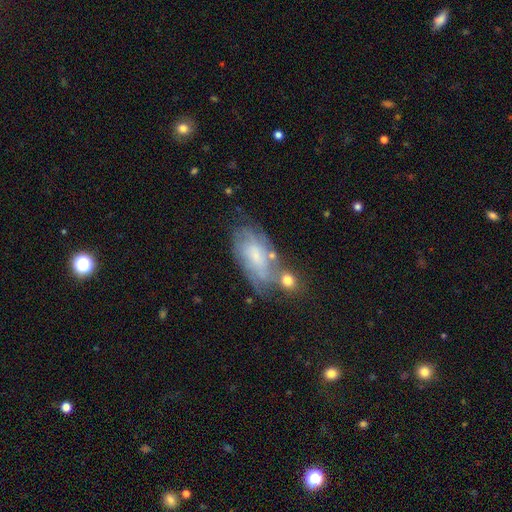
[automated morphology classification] type=featured or disk (58%); edge-on=no (92%); bar=no (66%); spiral arms=yes (72%); bulge=small (58%); merging=none (47%).